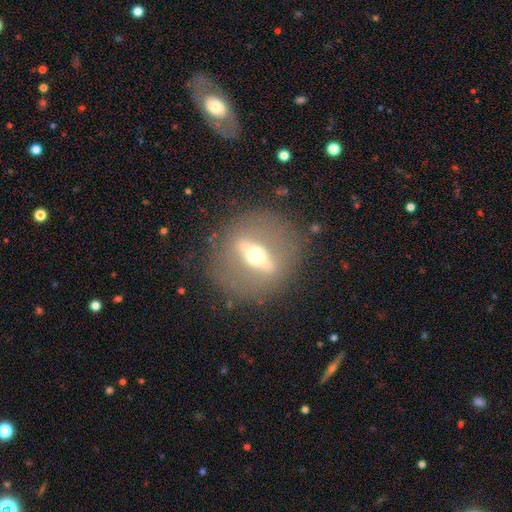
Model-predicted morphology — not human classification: Smooth or featured: featured or disk — 78% (smooth — 14%)
Edge-on disk: yes — 58% (no — 42%)
Merging: none — 84% (minor disturbance — 8%)